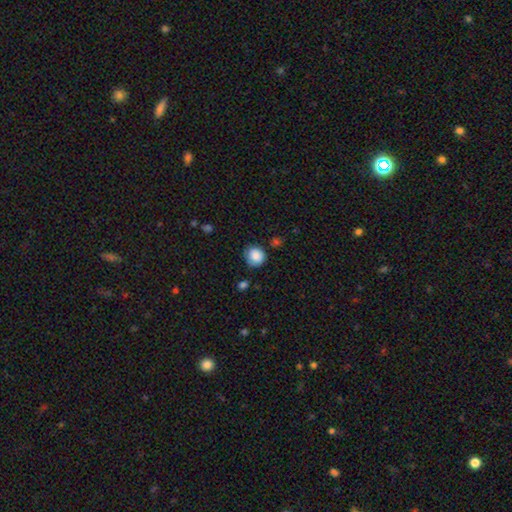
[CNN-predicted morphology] Smooth or featured: smooth — 85% (star or artifact — 8%)
How rounded: round — 85% (in between — 14%)
Merging: none — 72% (minor disturbance — 21%)